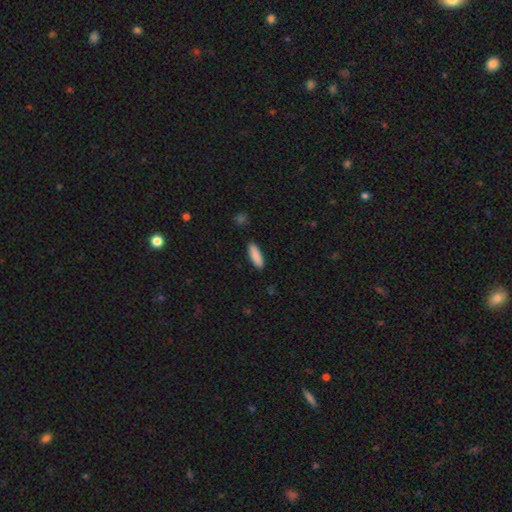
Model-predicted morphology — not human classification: Q: Smooth or featured?
A: smooth (88%); runner-up: featured or disk (6%)
Q: How rounded?
A: cigar-shaped (53%); runner-up: in between (46%)
Q: Merging?
A: none (88%); runner-up: minor disturbance (9%)